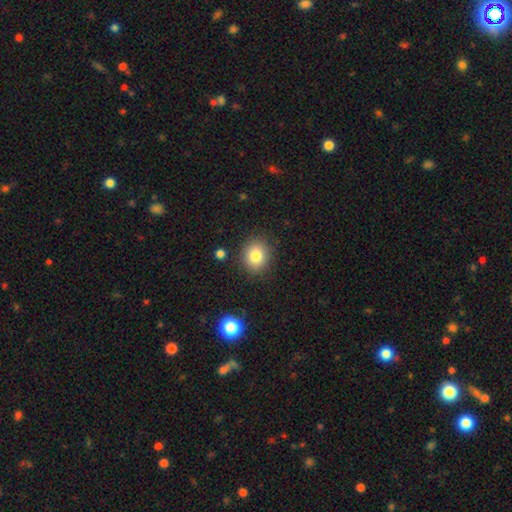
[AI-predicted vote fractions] Smooth or featured? smooth (82%)
How rounded? round (73%)
Merging? none (87%)